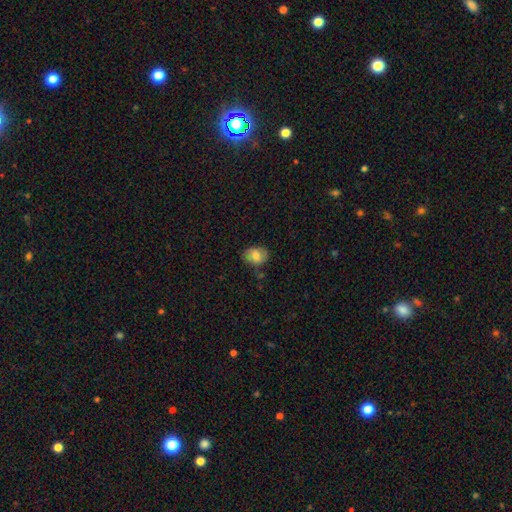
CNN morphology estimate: Smooth or featured?
  - smooth: 76% *
  - featured or disk: 16%
  - star or artifact: 8%
How rounded?
  - in between: 62% *
  - round: 37%
  - cigar-shaped: 1%
Merging?
  - none: 76% *
  - minor disturbance: 17%
  - major disturbance: 4%
  - merger: 3%